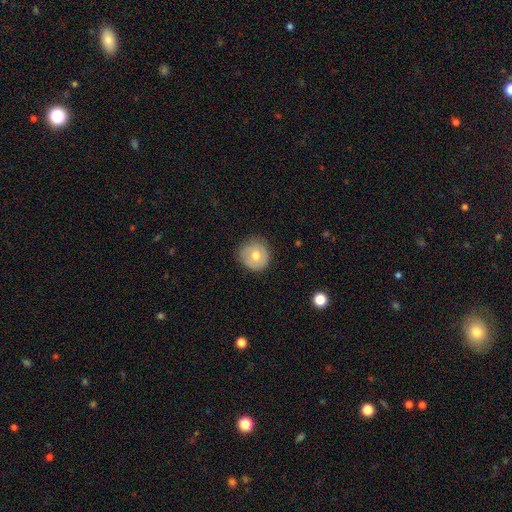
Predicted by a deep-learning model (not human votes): smooth-or-featured: smooth: 66% | featured or disk: 25% | star or artifact: 9%
  how-rounded: round: 91% | in between: 8% | cigar-shaped: 1%
  merging: none: 80% | minor disturbance: 16% | major disturbance: 3% | merger: 1%